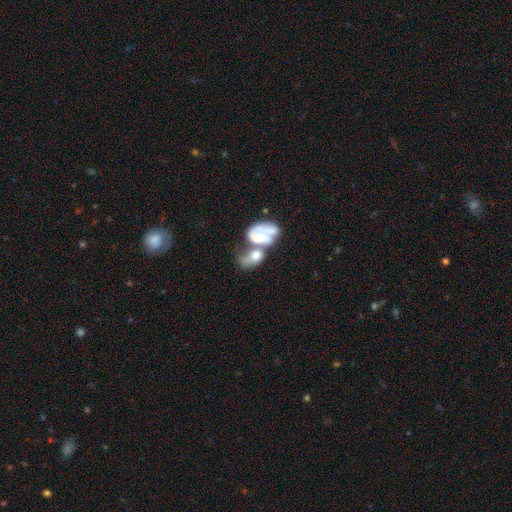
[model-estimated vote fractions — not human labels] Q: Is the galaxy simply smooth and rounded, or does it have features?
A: featured or disk — 48%.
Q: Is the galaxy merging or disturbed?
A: merger — 71%.